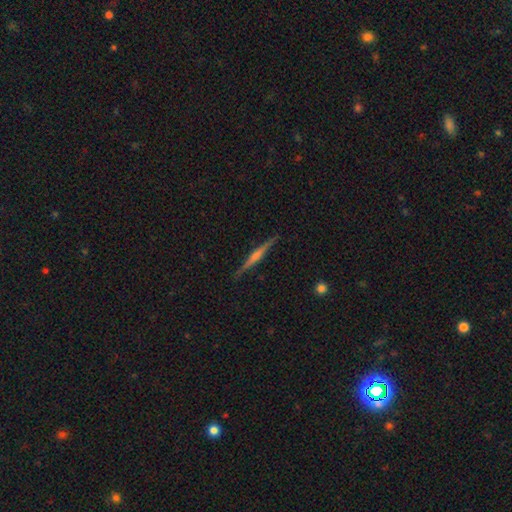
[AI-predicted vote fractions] Smooth or featured? featured or disk (77%)
Edge-on disk? yes (98%)
Edge-on bulge? rounded (64%)
Merging? none (92%)